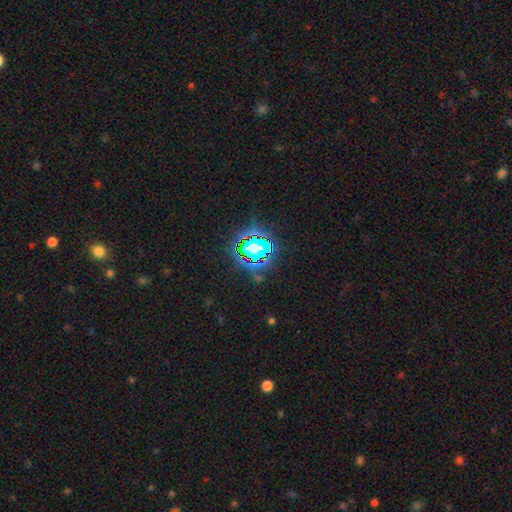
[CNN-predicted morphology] This is clearly a star or artifact rather than a galaxy (81%).